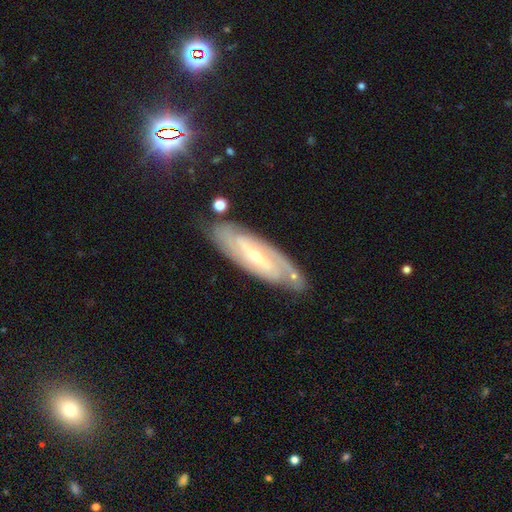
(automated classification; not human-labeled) Q: Smooth or featured?
A: featured or disk (83%); runner-up: smooth (11%)
Q: Edge-on disk?
A: no (86%); runner-up: yes (14%)
Q: Bar?
A: weak (38%); runner-up: strong (36%)
Q: Spiral arms?
A: yes (93%); runner-up: no (7%)
Q: Spiral winding?
A: tight (54%); runner-up: medium (34%)
Q: Spiral arm count?
A: 2 (61%); runner-up: can't tell (23%)
Q: Bulge size?
A: small (69%); runner-up: moderate (28%)
Q: Merging?
A: none (76%); runner-up: minor disturbance (16%)